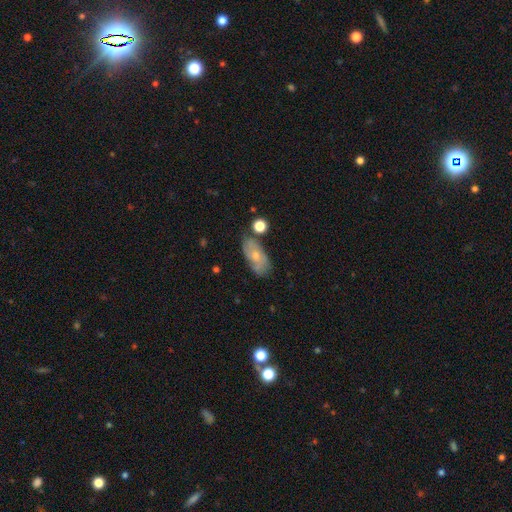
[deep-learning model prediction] Smooth or featured?
  - smooth: 52% *
  - featured or disk: 41%
  - star or artifact: 8%
How rounded?
  - in between: 88% *
  - cigar-shaped: 7%
  - round: 5%
Merging?
  - none: 64% *
  - minor disturbance: 22%
  - merger: 8%
  - major disturbance: 6%